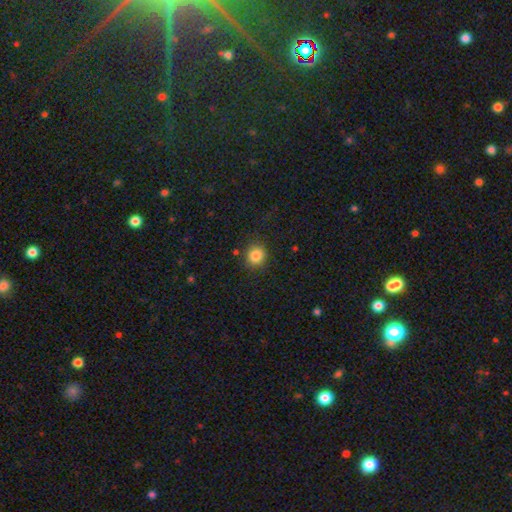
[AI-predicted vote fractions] Smooth or featured?
  - smooth: 84% *
  - star or artifact: 11%
  - featured or disk: 5%
How rounded?
  - round: 84% *
  - in between: 15%
  - cigar-shaped: 1%
Merging?
  - none: 86% *
  - minor disturbance: 9%
  - major disturbance: 3%
  - merger: 2%